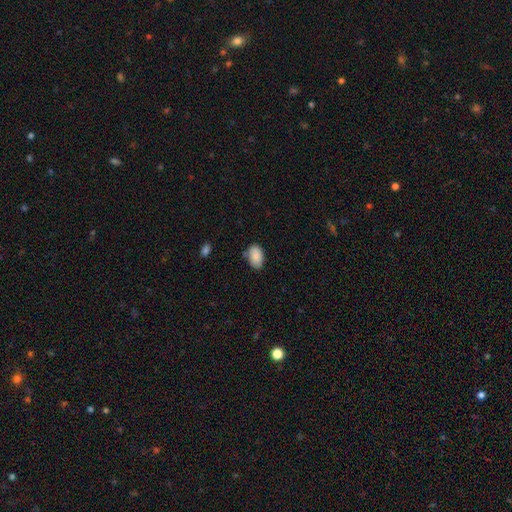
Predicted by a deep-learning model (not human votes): The model was most divided on "merging": none: 71%, minor disturbance: 21%, merger: 4%, major disturbance: 4%. More confident: how rounded — in between (90%); smooth or featured — smooth (88%).